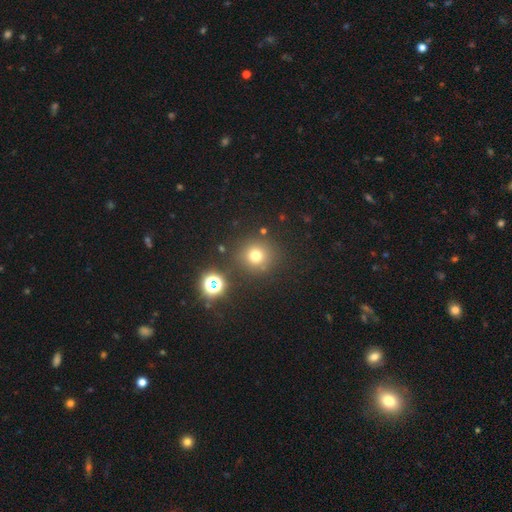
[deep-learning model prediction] Smooth or featured? smooth (72%)
How rounded? round (94%)
Merging? none (84%)